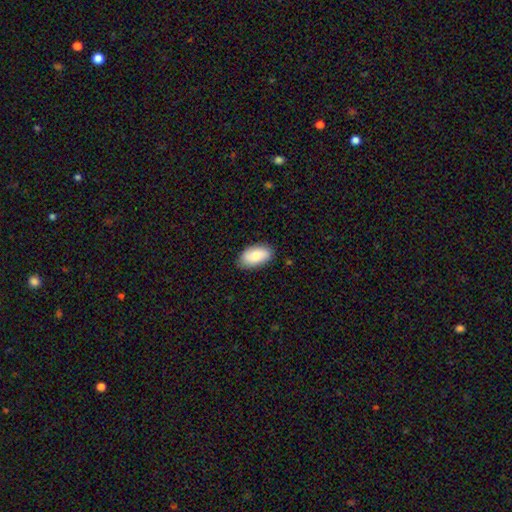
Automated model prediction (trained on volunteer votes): Smooth or featured? smooth (78%)
How rounded? in between (94%)
Merging? none (83%)